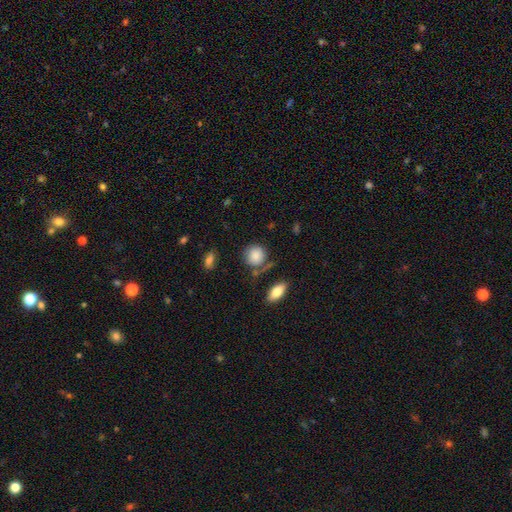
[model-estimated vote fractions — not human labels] Smooth or featured? smooth (83%)
How rounded? round (79%)
Merging? none (64%)